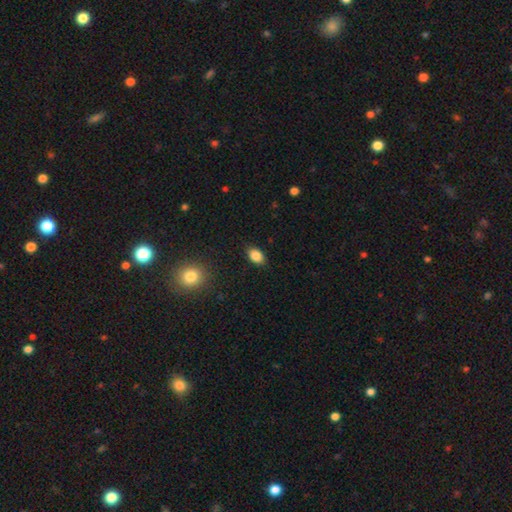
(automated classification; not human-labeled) This appears to be a smooth galaxy with no disk features (86%) that is in between round and cigar-shaped (85%). Merging: none (86%).